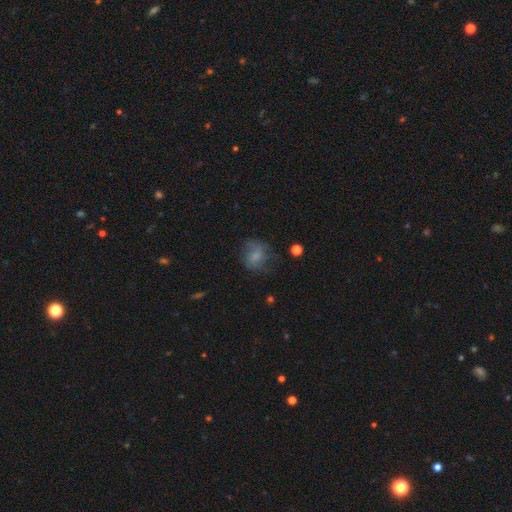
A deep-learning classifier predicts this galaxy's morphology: Q: Smooth or featured?
A: smooth (69%); runner-up: featured or disk (20%)
Q: How rounded?
A: round (63%); runner-up: in between (36%)
Q: Merging?
A: none (54%); runner-up: minor disturbance (25%)